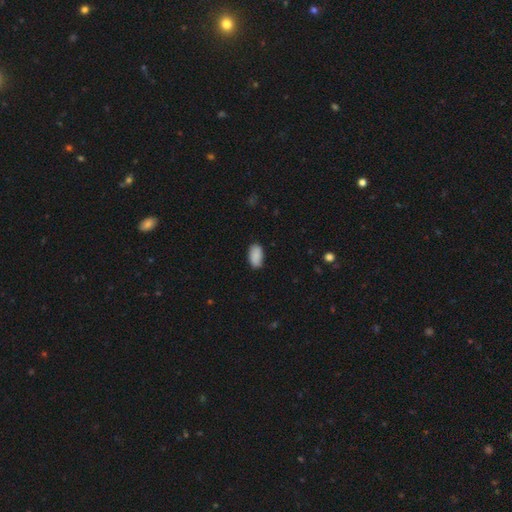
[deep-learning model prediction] smooth-or-featured: smooth: 89% | star or artifact: 6% | featured or disk: 4%
  how-rounded: in between: 95% | round: 3% | cigar-shaped: 2%
  merging: none: 84% | minor disturbance: 12% | major disturbance: 2% | merger: 1%